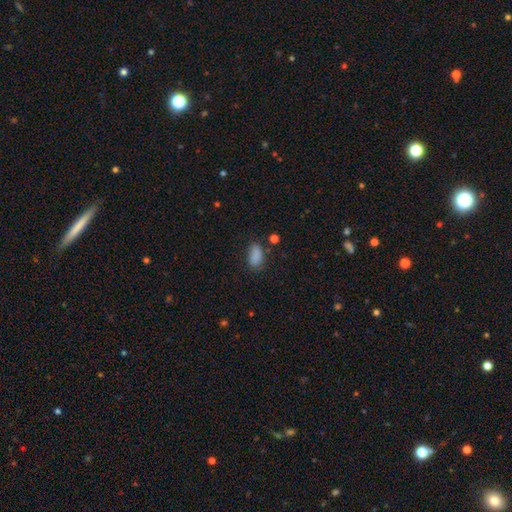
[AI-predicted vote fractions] Smooth or featured?
  - smooth: 85% *
  - star or artifact: 10%
  - featured or disk: 5%
How rounded?
  - in between: 89% *
  - round: 5%
  - cigar-shaped: 5%
Merging?
  - none: 70% *
  - minor disturbance: 21%
  - major disturbance: 6%
  - merger: 3%